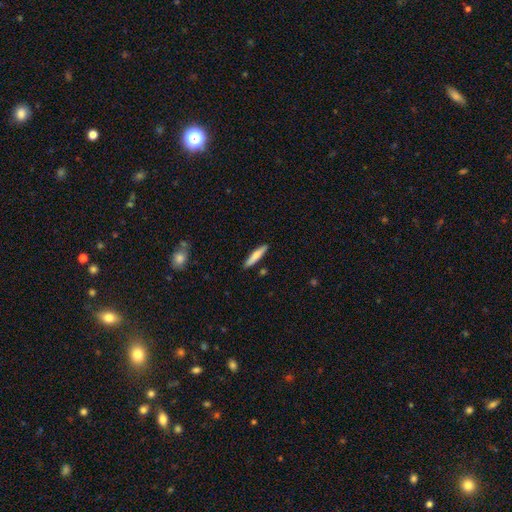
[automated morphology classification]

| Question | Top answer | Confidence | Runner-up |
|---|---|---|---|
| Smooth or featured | smooth | 72% | featured or disk (22%) |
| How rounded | cigar-shaped | 88% | in between (11%) |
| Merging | none | 88% | minor disturbance (8%) |